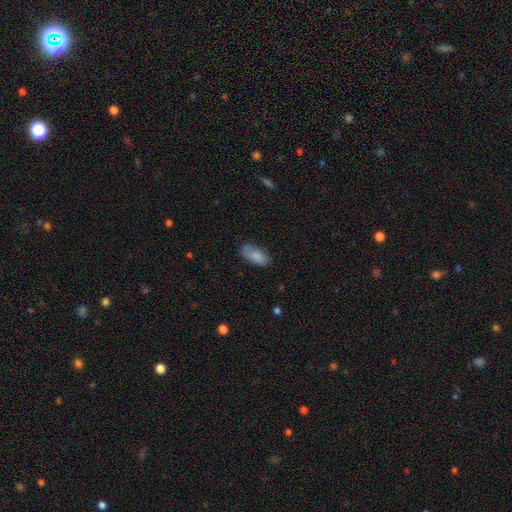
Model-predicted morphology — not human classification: smooth 84%, featured or disk 9%, star or artifact 7%. Down the decision tree: how rounded — in between (88%); merging — none (67%).